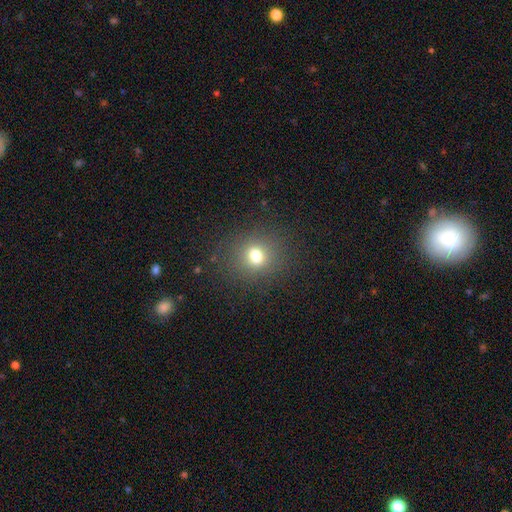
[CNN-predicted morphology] This is likely a smooth galaxy (72%). How rounded: likely round (73%). Merging: clearly none (85%).